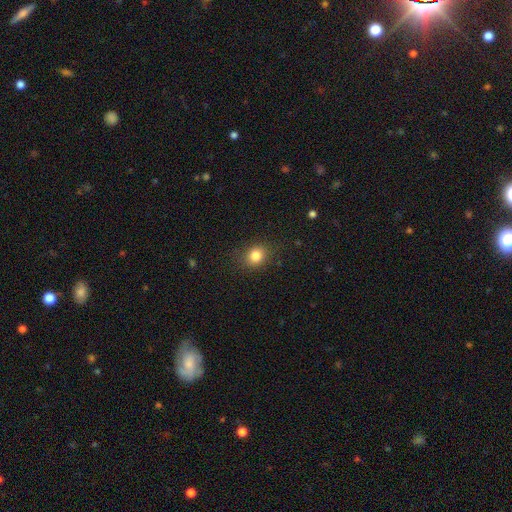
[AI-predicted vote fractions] smooth-or-featured: smooth: 83% | star or artifact: 11% | featured or disk: 6%
  how-rounded: round: 67% | in between: 32% | cigar-shaped: 1%
  merging: none: 84% | minor disturbance: 11% | major disturbance: 4% | merger: 1%